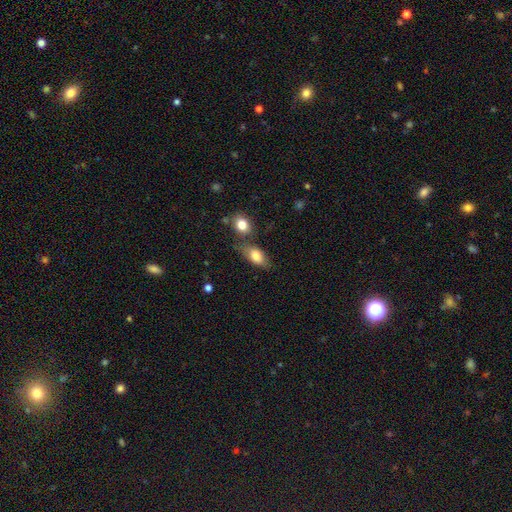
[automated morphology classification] This appears to be a smooth galaxy with no disk features (79%) that is in between round and cigar-shaped (86%). Merging: none (57%).